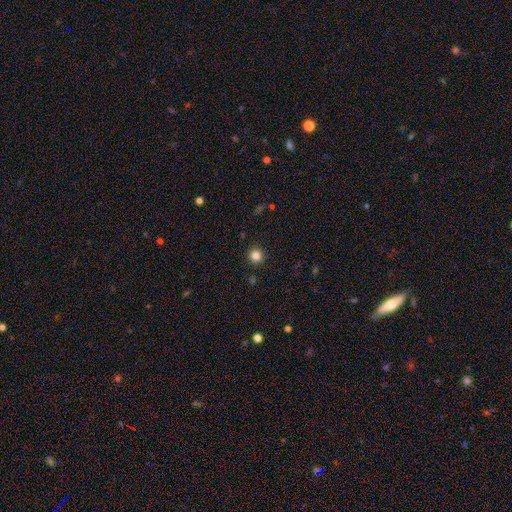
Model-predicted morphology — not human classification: Overall: smooth (83%). How rounded: round (94%). Merging: none (92%).